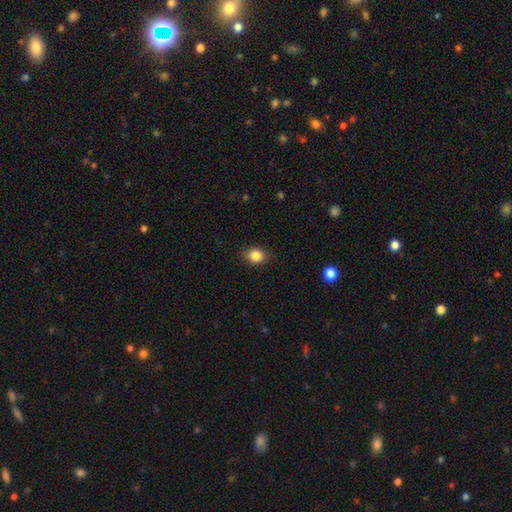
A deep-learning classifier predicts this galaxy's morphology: smooth 85%, star or artifact 10%, featured or disk 5%. Down the decision tree: how rounded — round (56%); merging — none (87%).